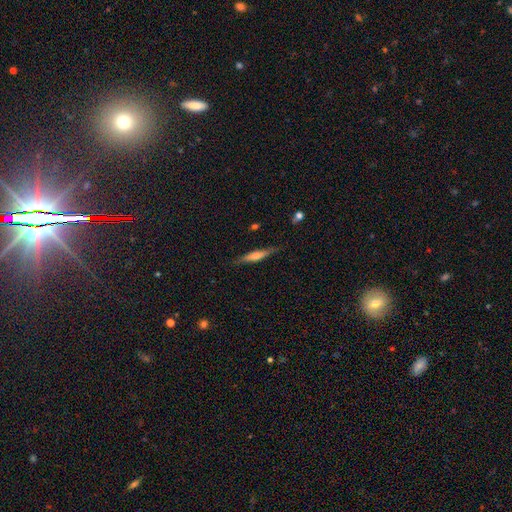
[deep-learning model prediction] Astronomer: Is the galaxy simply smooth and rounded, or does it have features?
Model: featured or disk — 55% (runner-up: smooth, 38%).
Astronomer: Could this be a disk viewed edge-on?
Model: yes — 94%.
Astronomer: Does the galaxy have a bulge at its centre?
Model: rounded — 70%.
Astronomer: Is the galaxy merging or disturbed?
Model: none — 84%.